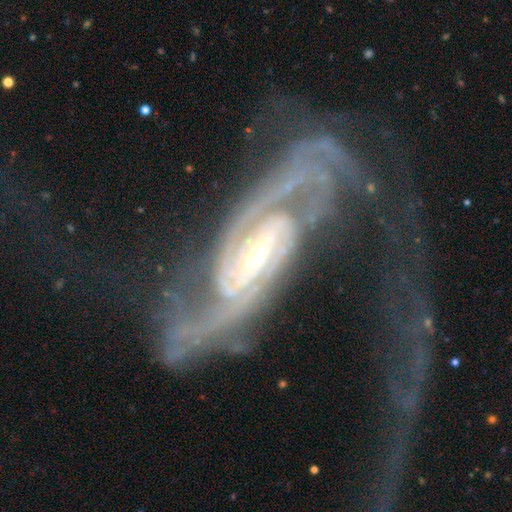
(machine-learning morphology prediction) Overall: featured or disk (92%). Edge-on disk: no (94%). Bar: strong (42%; weak 36%). Spiral arms: yes (98%). Spiral arm count: 2 (65%). Spiral winding: medium (42%; tight 40%). Bulge size: small (57%; moderate 37%). Merging: none (56%; major disturbance 21%).